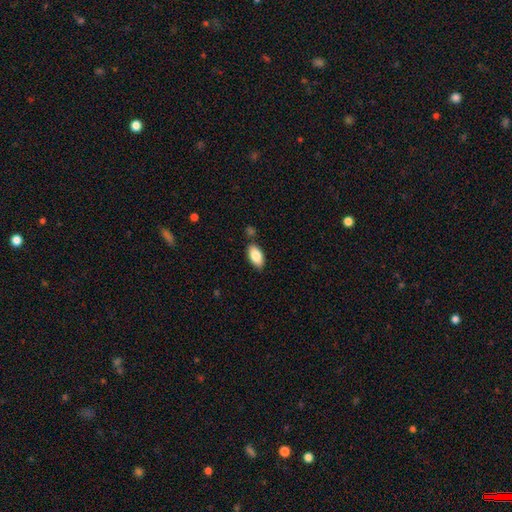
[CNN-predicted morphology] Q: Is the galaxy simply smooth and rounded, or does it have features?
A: smooth — 84%.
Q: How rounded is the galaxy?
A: in between — 92%.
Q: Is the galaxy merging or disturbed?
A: none — 80%.